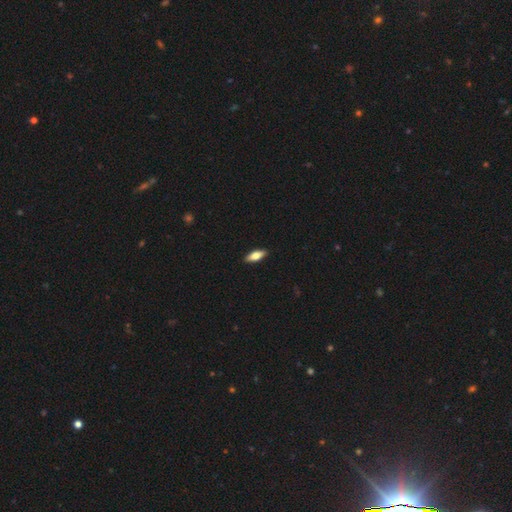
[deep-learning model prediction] A smooth galaxy with no disk features (68%) that is in between round and cigar-shaped (68%).

Vote fractions:
- Smooth or featured? smooth: 68% / featured or disk: 26% / star or artifact: 6%
- How rounded? in between: 68% / cigar-shaped: 30% / round: 3%
- Merging? none: 90% / minor disturbance: 7% / major disturbance: 1% / merger: 1%